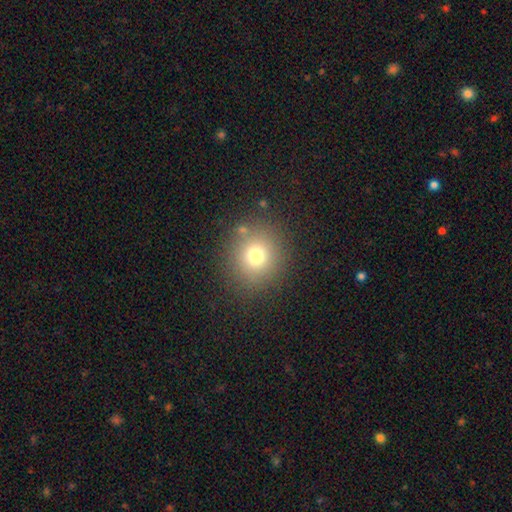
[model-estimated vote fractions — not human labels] Smooth or featured?
  - smooth: 74% *
  - star or artifact: 16%
  - featured or disk: 10%
How rounded?
  - round: 86% *
  - in between: 13%
  - cigar-shaped: 1%
Merging?
  - none: 85% *
  - minor disturbance: 8%
  - major disturbance: 4%
  - merger: 3%